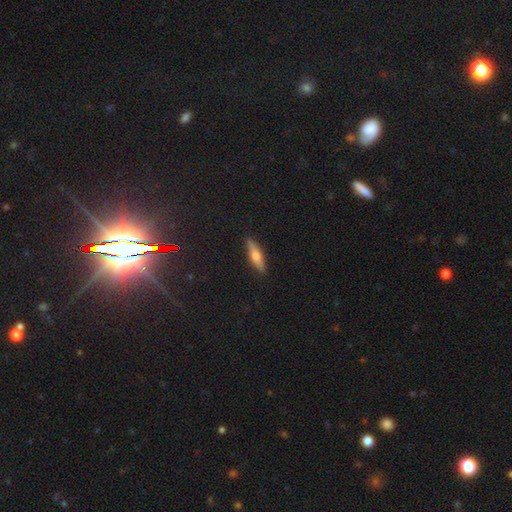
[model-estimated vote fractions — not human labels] smooth_or_featured: smooth (p=0.52) [alt: featured or disk p=0.41]
how_rounded: cigar-shaped (p=0.71) [alt: in between p=0.27]
merging: none (p=0.88) [alt: minor disturbance p=0.09]